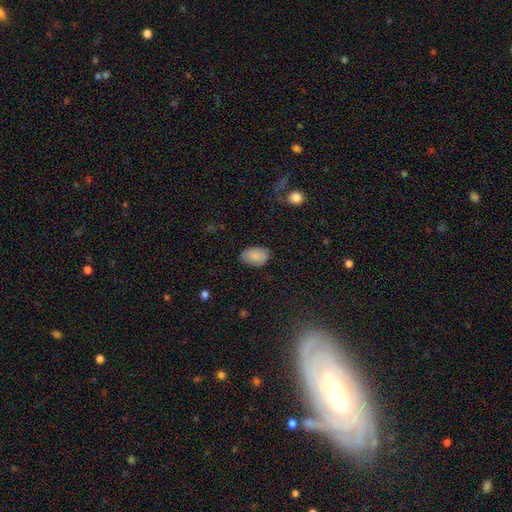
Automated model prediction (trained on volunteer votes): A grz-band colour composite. It shows a smooth galaxy with no disk features (86%) that is in between round and cigar-shaped (90%). Merging: none (79%).